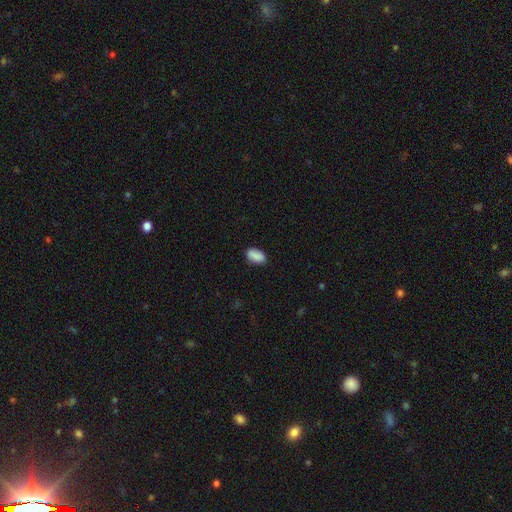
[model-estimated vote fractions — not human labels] This appears to be a smooth galaxy with no disk features (87%) that is in between round and cigar-shaped (92%). Merging: none (80%).